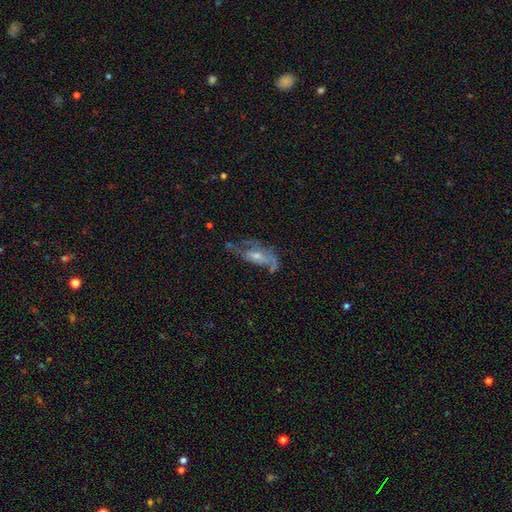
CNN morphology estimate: Q: Smooth or featured?
A: featured or disk (67%); runner-up: smooth (23%)
Q: Edge-on disk?
A: no (86%); runner-up: yes (14%)
Q: Bar?
A: no (64%); runner-up: weak (29%)
Q: Spiral arms?
A: yes (66%); runner-up: no (34%)
Q: Bulge size?
A: small (45%); tied with: moderate (45%)
Q: Merging?
A: none (42%); runner-up: major disturbance (29%)